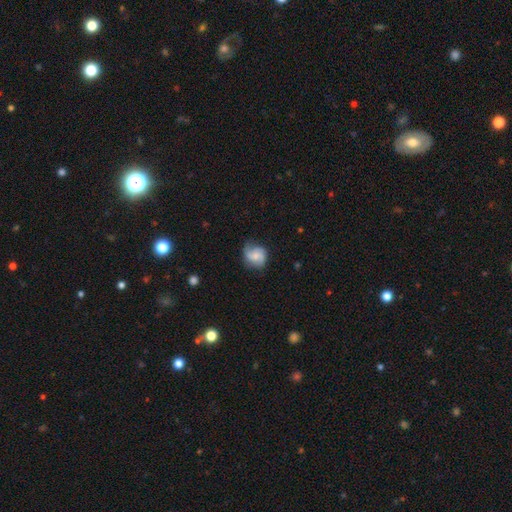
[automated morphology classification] Smooth or featured?
  - featured or disk: 59% *
  - smooth: 34%
  - star or artifact: 8%
Edge-on disk?
  - no: 97% *
  - yes: 3%
Bar?
  - no: 63% *
  - weak: 31%
  - strong: 6%
Spiral arms?
  - yes: 92% *
  - no: 8%
Spiral winding?
  - medium: 45% *
  - loose: 28%
  - tight: 27%
Spiral arm count?
  - 2: 72% *
  - can't tell: 10%
  - 3: 10%
  - 1: 5%
  - 4: 2%
  - more than 4: 2%
Bulge size?
  - small: 48% *
  - moderate: 35%
  - none: 12%
  - large: 4%
  - dominant: 1%
Merging?
  - none: 68% *
  - minor disturbance: 23%
  - major disturbance: 8%
  - merger: 1%